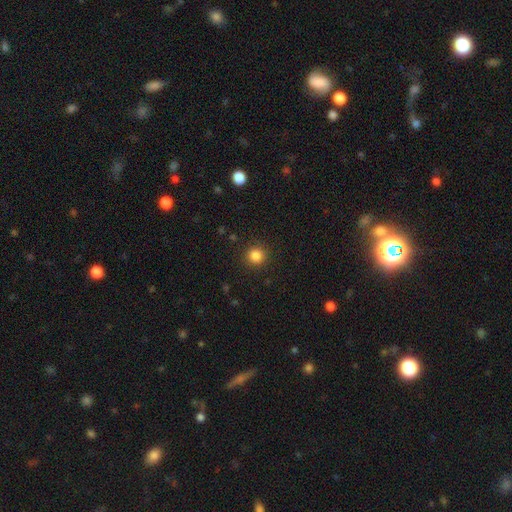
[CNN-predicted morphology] Overall: smooth (85%). How rounded: round (92%). Merging: none (90%).